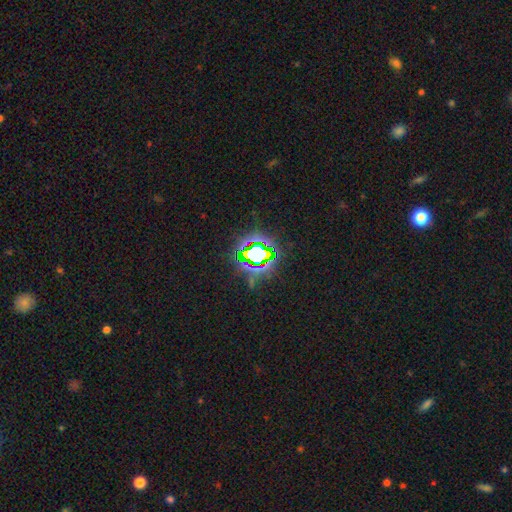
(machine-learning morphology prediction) A star or artifact, not a galaxy (70%).